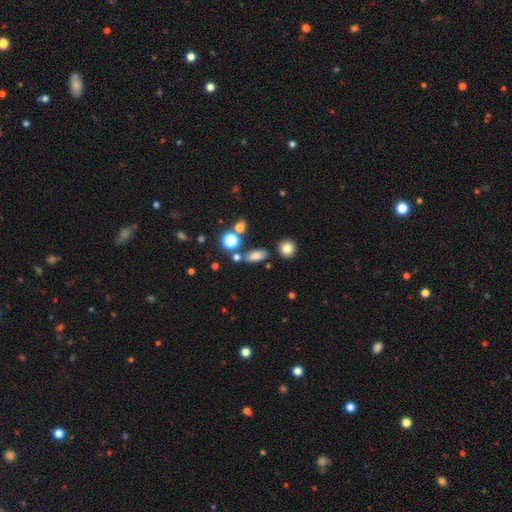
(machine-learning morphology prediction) smooth 73%, star or artifact 14%, featured or disk 13%. Down the decision tree: how rounded — in between (75%); merging — none (74%).